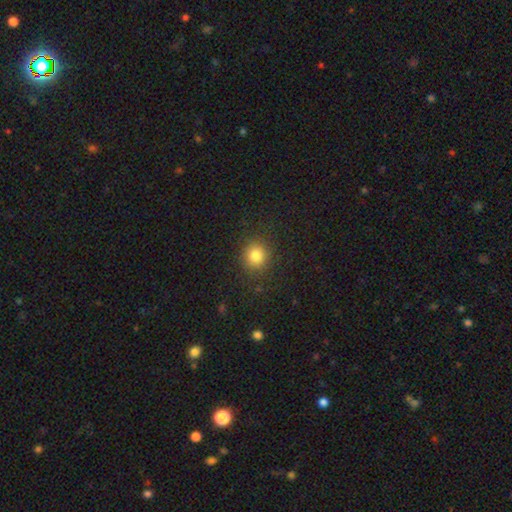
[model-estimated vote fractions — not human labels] A smooth galaxy with no disk features (81%) that is round (89%).

Vote fractions:
- Smooth or featured? smooth: 81% / star or artifact: 13% / featured or disk: 6%
- How rounded? round: 89% / in between: 10% / cigar-shaped: 1%
- Merging? none: 88% / minor disturbance: 8% / major disturbance: 3% / merger: 1%